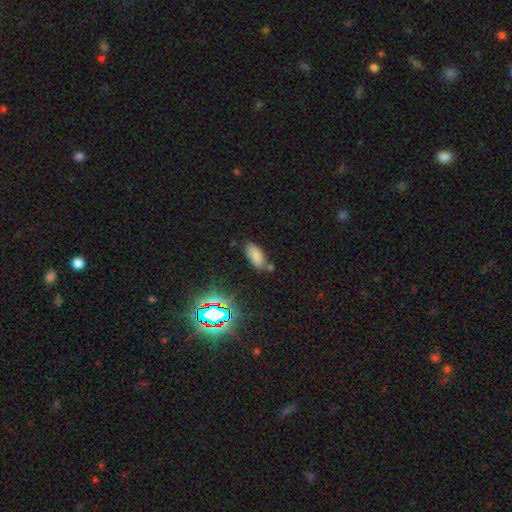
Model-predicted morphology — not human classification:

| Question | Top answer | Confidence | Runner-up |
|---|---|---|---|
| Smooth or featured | smooth | 76% | star or artifact (16%) |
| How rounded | in between | 84% | cigar-shaped (13%) |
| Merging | none | 67% | minor disturbance (19%) |